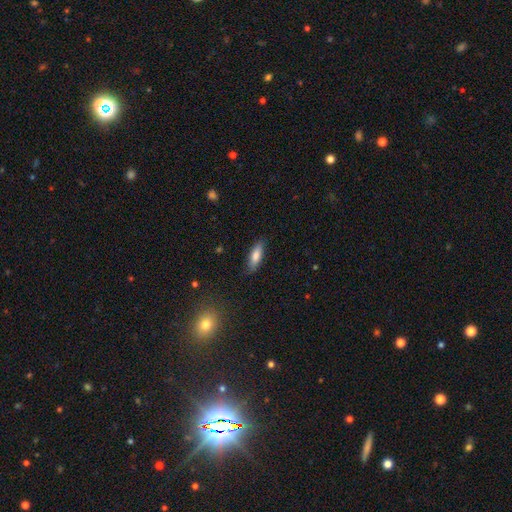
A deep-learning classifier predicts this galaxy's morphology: Smooth or featured: smooth — 78% (featured or disk — 15%)
How rounded: in between — 50% (cigar-shaped — 48%)
Merging: none — 83% (minor disturbance — 13%)